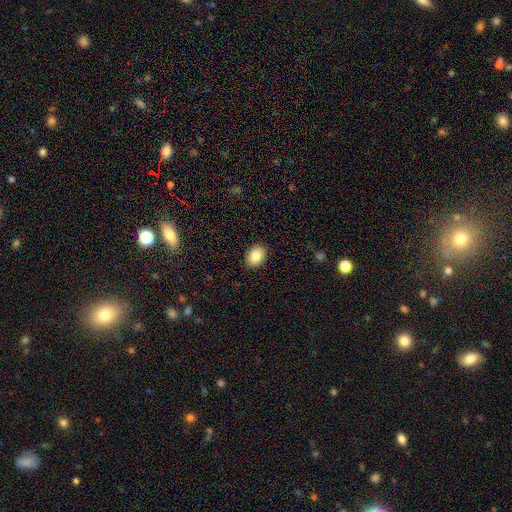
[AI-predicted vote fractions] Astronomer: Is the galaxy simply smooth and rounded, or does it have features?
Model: smooth — 84%.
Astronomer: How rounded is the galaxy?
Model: in between — 61% (runner-up: round, 38%).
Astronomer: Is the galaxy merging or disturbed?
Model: none — 90%.